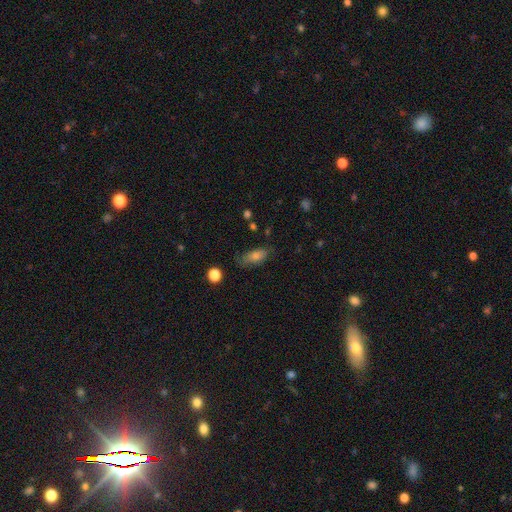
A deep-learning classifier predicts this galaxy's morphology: Smooth or featured? Predicted: smooth (p=0.69). How rounded? Predicted: in between (p=0.76). Merging? Predicted: none (p=0.75).